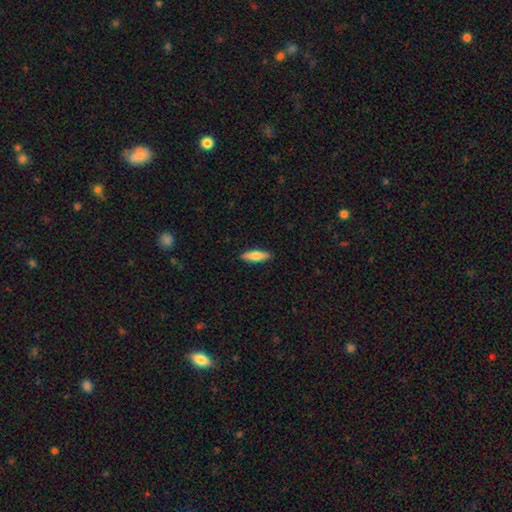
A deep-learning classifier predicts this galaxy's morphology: A smooth galaxy with no disk features (72%) that is cigar-shaped (55%).

Vote fractions:
- Smooth or featured? smooth: 72% / featured or disk: 22% / star or artifact: 6%
- How rounded? cigar-shaped: 55% / in between: 43% / round: 2%
- Merging? none: 90% / minor disturbance: 8% / major disturbance: 2% / merger: 1%